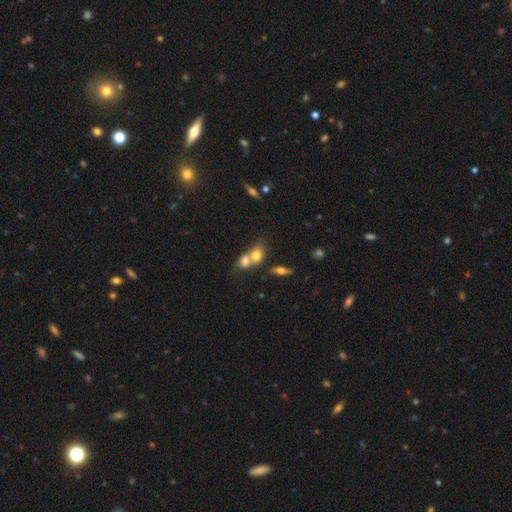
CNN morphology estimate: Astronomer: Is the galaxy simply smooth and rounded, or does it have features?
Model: smooth — 73%.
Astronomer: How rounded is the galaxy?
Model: in between — 56% (runner-up: round, 41%).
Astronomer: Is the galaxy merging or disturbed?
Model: merger — 65%.